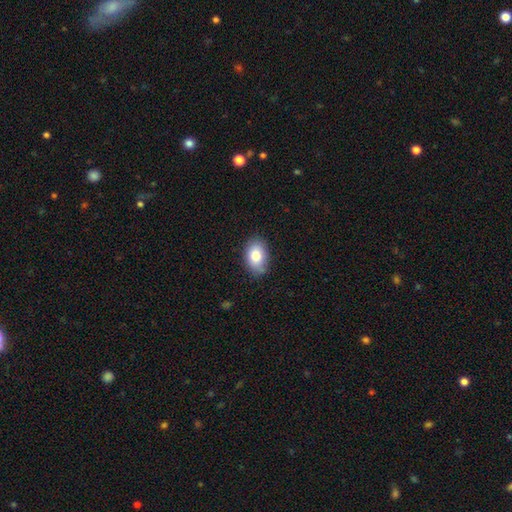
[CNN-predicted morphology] Smooth or featured?
  - smooth: 81% *
  - featured or disk: 11%
  - star or artifact: 7%
How rounded?
  - in between: 88% *
  - round: 11%
  - cigar-shaped: 1%
Merging?
  - none: 80% *
  - minor disturbance: 16%
  - major disturbance: 3%
  - merger: 1%